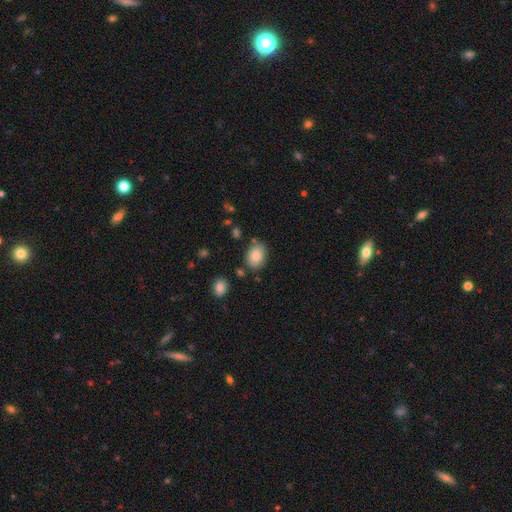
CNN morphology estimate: type=smooth (84%); roundness=in between (79%); merging=none (78%).